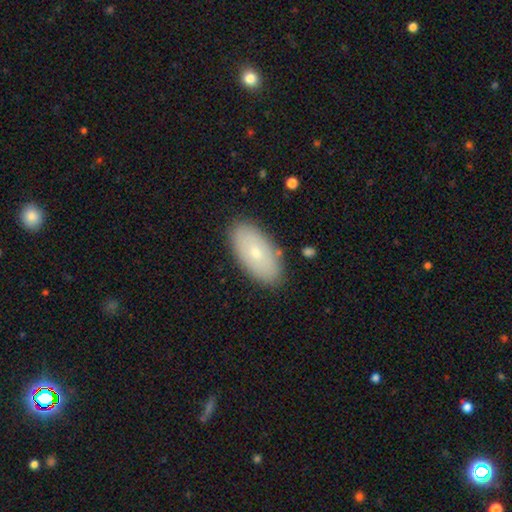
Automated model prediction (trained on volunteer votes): Smooth or featured? Predicted: smooth (p=0.67). How rounded? Predicted: in between (p=0.93). Merging? Predicted: none (p=0.87).